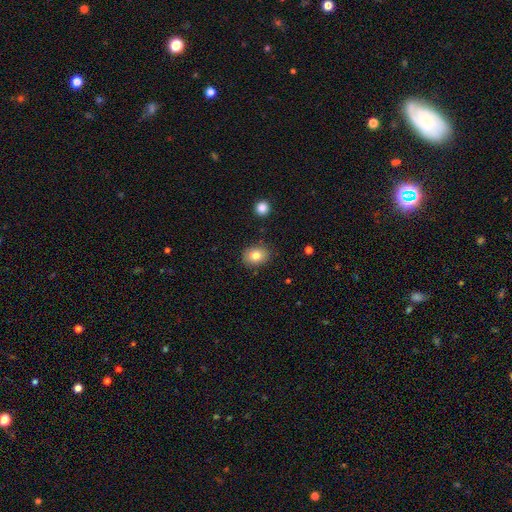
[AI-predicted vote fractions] Morphology: type=smooth (80%); roundness=in between (56%); merging=none (86%).